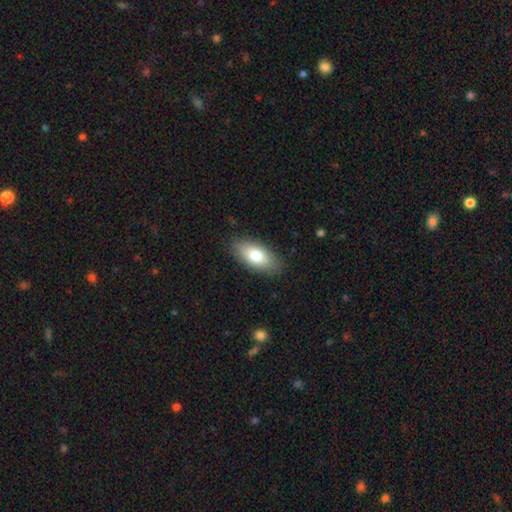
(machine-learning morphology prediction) Smooth or featured: smooth — 76% (featured or disk — 17%)
How rounded: in between — 89% (cigar-shaped — 8%)
Merging: none — 86% (minor disturbance — 10%)